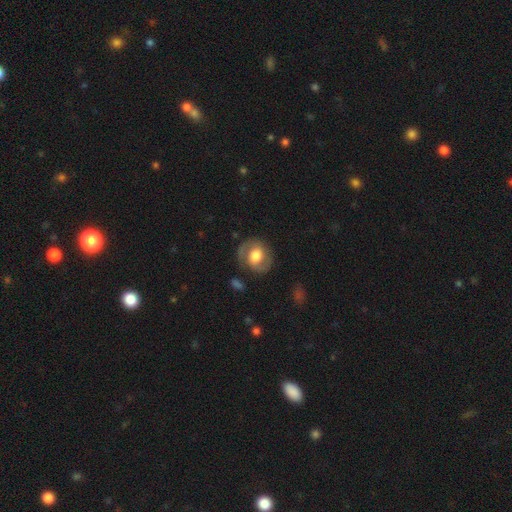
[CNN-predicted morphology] Smooth or featured? featured or disk (60%)
Edge-on disk? no (97%)
Bar? no (53%)
Spiral arms? yes (78%)
Bulge size? moderate (52%)
Merging? none (77%)